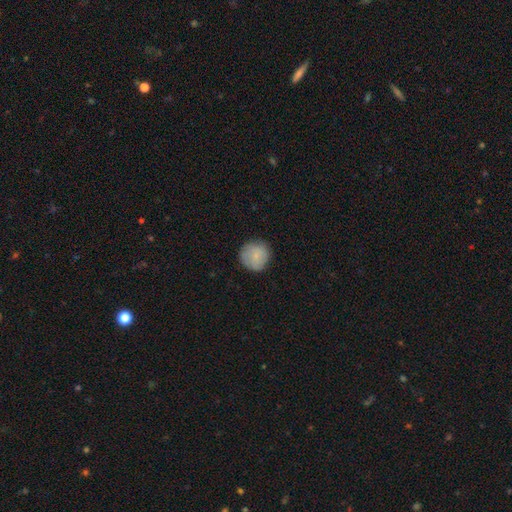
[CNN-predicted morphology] Q: Smooth or featured?
A: smooth (77%); runner-up: featured or disk (16%)
Q: How rounded?
A: round (93%); runner-up: in between (6%)
Q: Merging?
A: none (82%); runner-up: minor disturbance (14%)